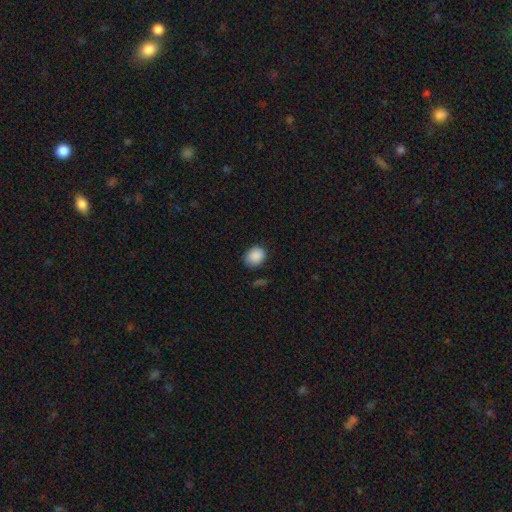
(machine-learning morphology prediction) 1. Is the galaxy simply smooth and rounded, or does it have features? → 89% smooth, 8% star or artifact, 3% featured or disk.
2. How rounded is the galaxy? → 55% round, 44% in between, 1% cigar-shaped.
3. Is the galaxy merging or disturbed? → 78% none, 16% minor disturbance, 3% major disturbance, 2% merger.